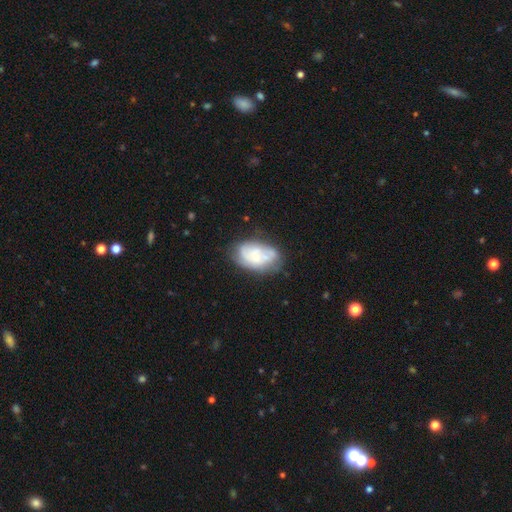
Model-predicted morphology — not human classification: This appears to be a featured or disk galaxy (50%). Merging: none (47%).